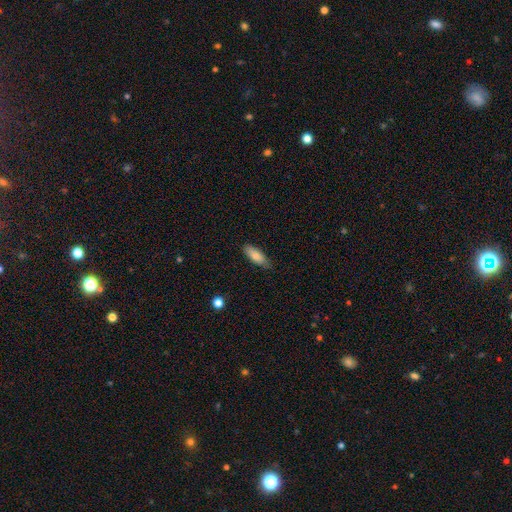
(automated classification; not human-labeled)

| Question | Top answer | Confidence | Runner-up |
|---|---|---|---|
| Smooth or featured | smooth | 81% | featured or disk (13%) |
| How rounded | in between | 67% | cigar-shaped (31%) |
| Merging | none | 80% | minor disturbance (16%) |